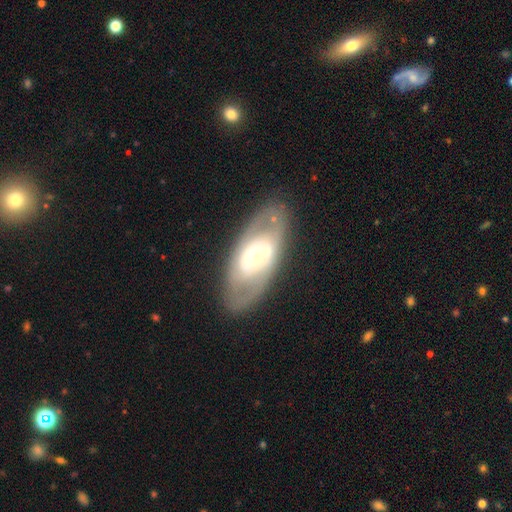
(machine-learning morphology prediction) A featured or disk galaxy (68%) with no bar (76%), no spiral arms (61%) and a moderate central bulge (56%).

Vote fractions:
- Smooth or featured? featured or disk: 68% / smooth: 26% / star or artifact: 5%
- Edge-on disk? no: 88% / yes: 12%
- Bar? no: 76% / weak: 17% / strong: 7%
- Spiral arms? no: 61% / yes: 39%
- Bulge size? moderate: 56% / small: 32% / large: 10% / dominant: 2% / none: 1%
- Merging? none: 80% / minor disturbance: 13% / major disturbance: 6% / merger: 1%